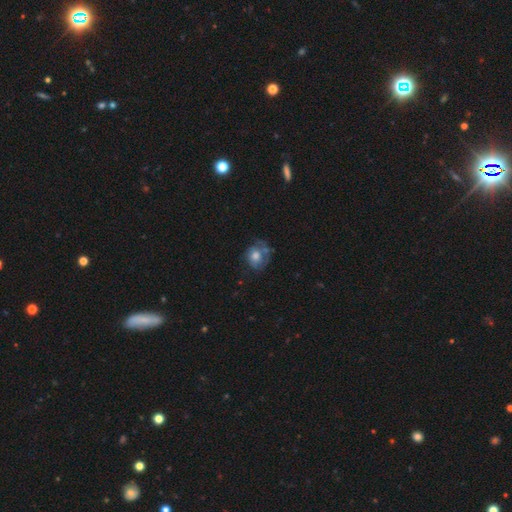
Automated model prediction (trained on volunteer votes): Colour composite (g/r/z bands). It shows a smooth galaxy with no disk features (60%) that is round (69%). Merging: none (46%).